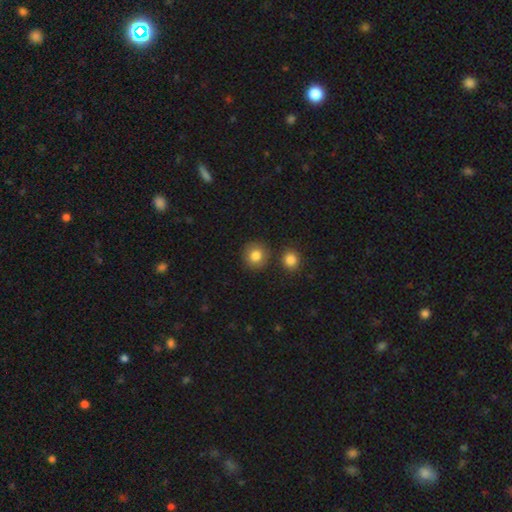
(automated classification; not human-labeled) Smooth or featured?
  - smooth: 83% *
  - star or artifact: 9%
  - featured or disk: 7%
How rounded?
  - round: 88% *
  - in between: 11%
  - cigar-shaped: 1%
Merging?
  - none: 82% *
  - minor disturbance: 9%
  - merger: 7%
  - major disturbance: 3%